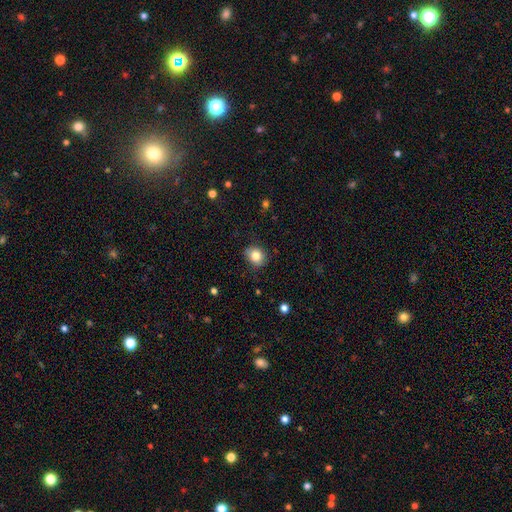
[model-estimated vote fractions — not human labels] smooth-or-featured: smooth: 82% | star or artifact: 10% | featured or disk: 9%
  how-rounded: round: 68% | in between: 31% | cigar-shaped: 1%
  merging: none: 82% | minor disturbance: 14% | major disturbance: 3% | merger: 1%